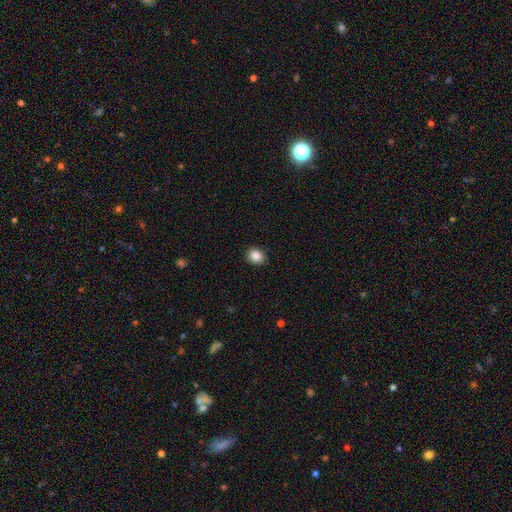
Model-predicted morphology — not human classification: A smooth galaxy with no disk features (86%) that is round (67%).

Vote fractions:
- Smooth or featured? smooth: 86% / star or artifact: 9% / featured or disk: 4%
- How rounded? round: 67% / in between: 33% / cigar-shaped: 1%
- Merging? none: 90% / minor disturbance: 7% / major disturbance: 2% / merger: 1%